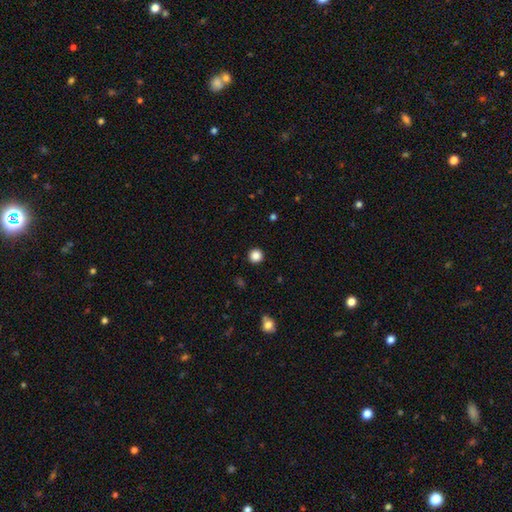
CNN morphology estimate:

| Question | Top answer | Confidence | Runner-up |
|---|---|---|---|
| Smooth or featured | smooth | 86% | star or artifact (11%) |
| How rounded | round | 96% | in between (3%) |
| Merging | none | 93% | minor disturbance (4%) |